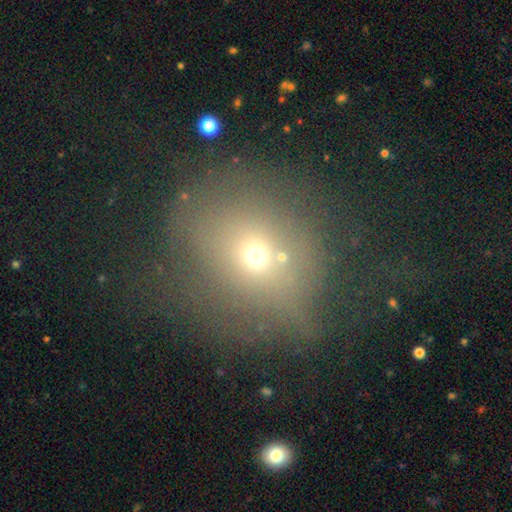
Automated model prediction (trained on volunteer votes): Smooth or featured? Predicted: smooth (p=0.57). How rounded? Predicted: round (p=0.81). Merging? Predicted: none (p=0.47).